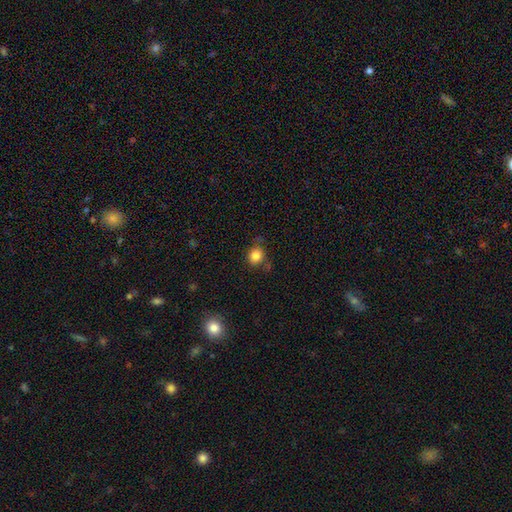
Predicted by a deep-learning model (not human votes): Smooth or featured: smooth — 84% (star or artifact — 11%)
How rounded: round — 77% (in between — 22%)
Merging: none — 72% (minor disturbance — 18%)